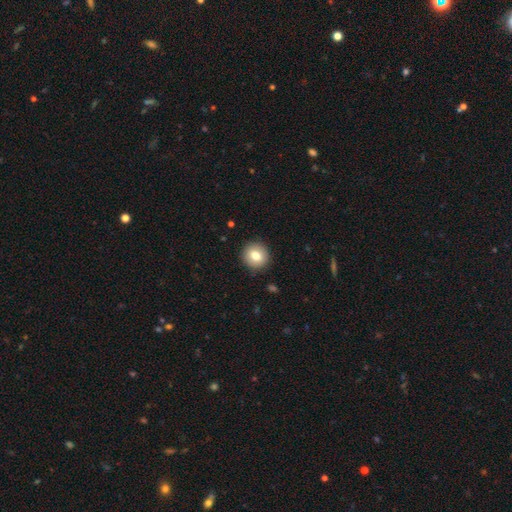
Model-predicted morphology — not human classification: This is likely a smooth galaxy (80%). How rounded: clearly round (91%). Merging: clearly none (91%).